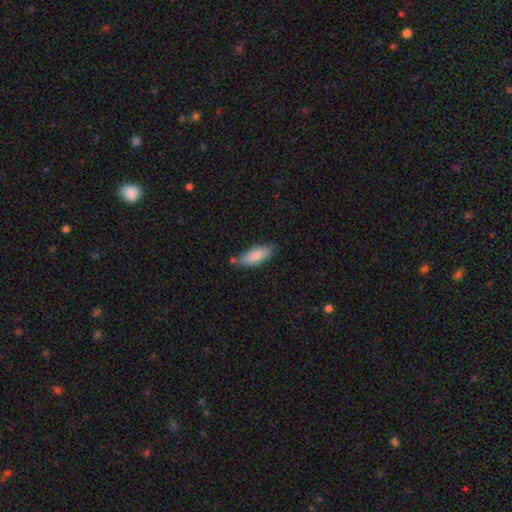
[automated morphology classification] A smooth galaxy with no disk features (85%) that is in between round and cigar-shaped (67%).

Vote fractions:
- Smooth or featured? smooth: 85% / featured or disk: 9% / star or artifact: 6%
- How rounded? in between: 67% / cigar-shaped: 32% / round: 2%
- Merging? none: 69% / minor disturbance: 21% / merger: 7% / major disturbance: 4%